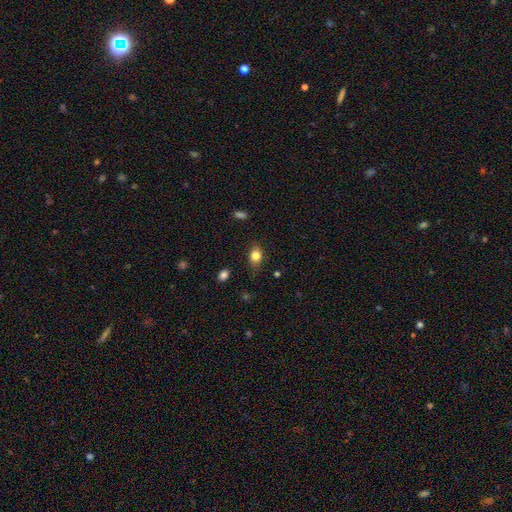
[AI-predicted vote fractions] A smooth galaxy with no disk features (81%) that is in between round and cigar-shaped (69%). Merging: none (77%).